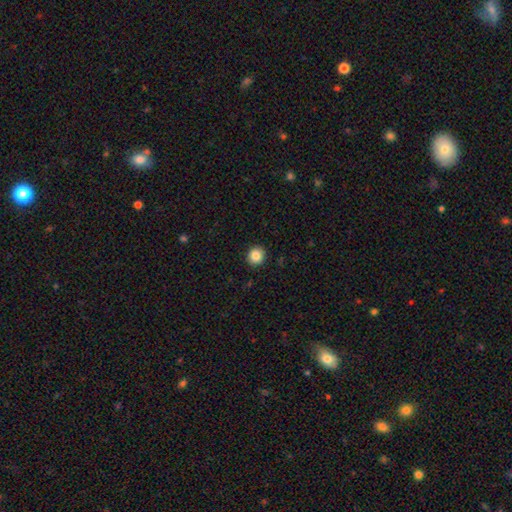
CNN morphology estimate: smooth_or_featured: smooth (p=0.86) [alt: star or artifact p=0.09]
how_rounded: round (p=0.88) [alt: in between p=0.11]
merging: none (p=0.92) [alt: minor disturbance p=0.05]